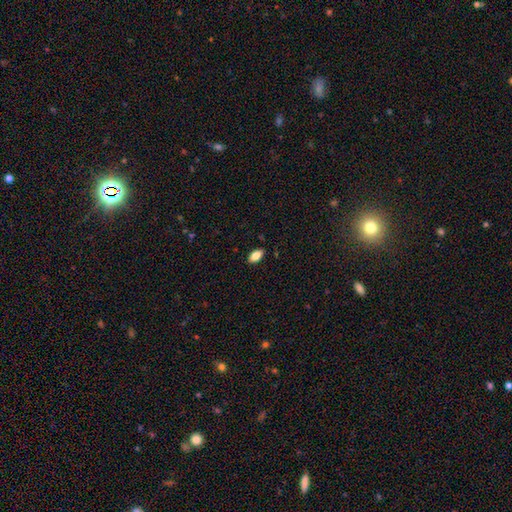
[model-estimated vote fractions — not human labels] A smooth galaxy with no disk features (84%) that is in between round and cigar-shaped (92%). Merging: none (87%).